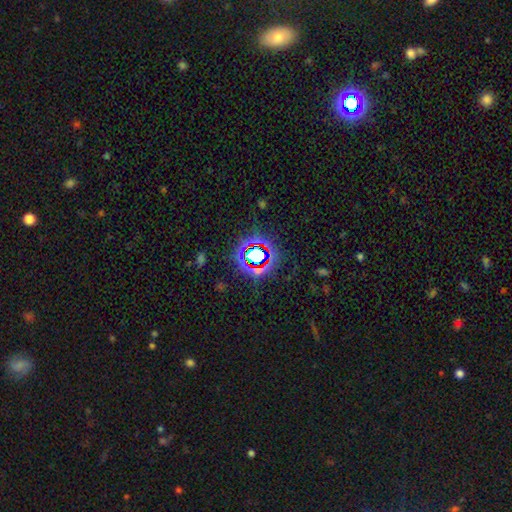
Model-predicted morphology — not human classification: Smooth or featured? star or artifact (67%)